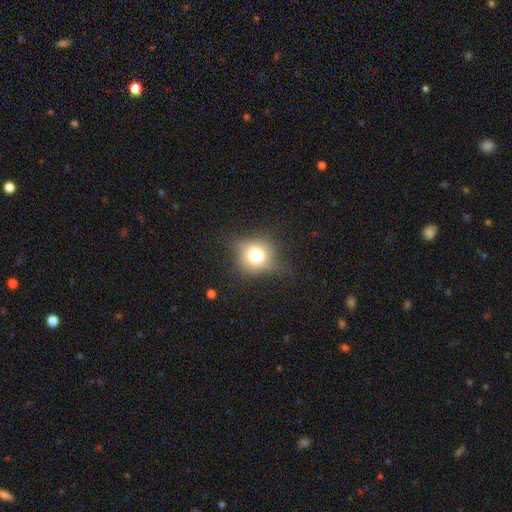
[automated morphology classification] smooth-or-featured: smooth: 70% | featured or disk: 17% | star or artifact: 13%
  how-rounded: round: 77% | in between: 22% | cigar-shaped: 1%
  merging: none: 66% | minor disturbance: 23% | major disturbance: 9% | merger: 1%